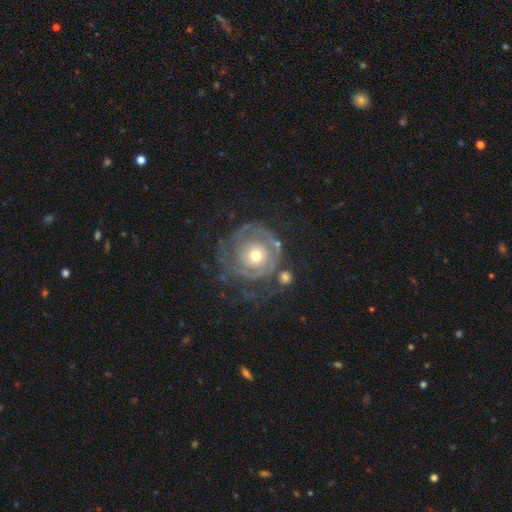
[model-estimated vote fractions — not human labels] The model was most divided on "spiral arm count": can't tell: 44%, 2: 22%, 1: 13%, 3: 11%, 4: 5%, more than 4: 5%. More confident: edge-on disk — no (97%); bar — no (86%); spiral arms — yes (79%); smooth or featured — featured or disk (76%); spiral winding — tight (73%); bulge size — moderate (59%); merging — none (56%).